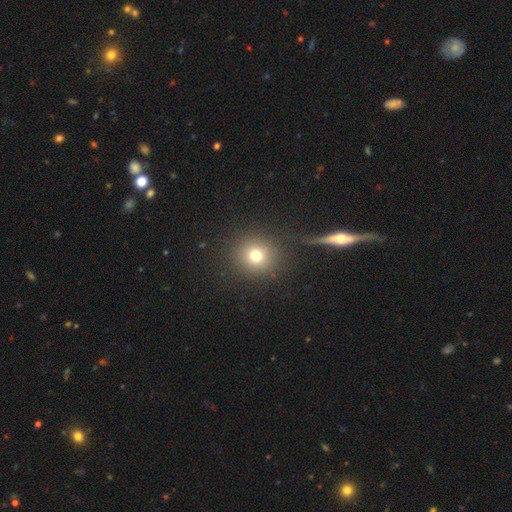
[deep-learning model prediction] Smooth or featured? smooth (75%)
How rounded? round (89%)
Merging? none (85%)